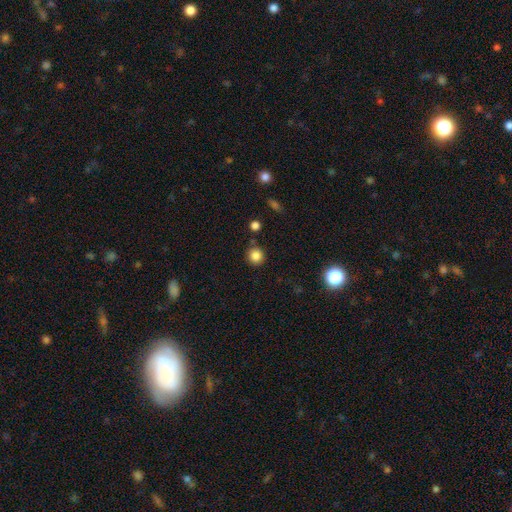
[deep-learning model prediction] This appears to be a smooth galaxy with no disk features (84%) that is round (93%). Merging: none (84%).